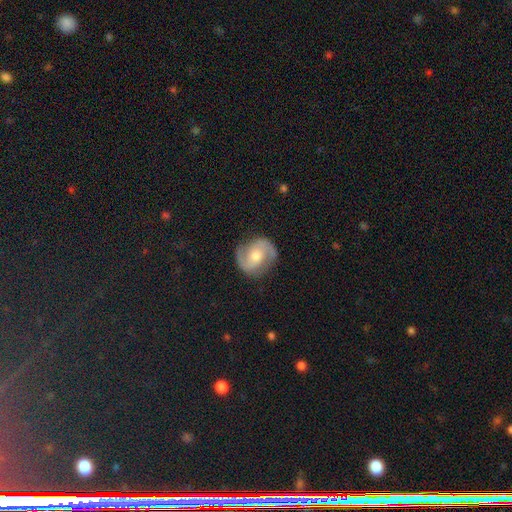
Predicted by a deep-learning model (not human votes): Smooth or featured?
  - featured or disk: 85% *
  - smooth: 10%
  - star or artifact: 5%
Edge-on disk?
  - no: 98% *
  - yes: 2%
Bar?
  - no: 50% *
  - weak: 38%
  - strong: 12%
Spiral arms?
  - yes: 96% *
  - no: 4%
Spiral winding?
  - medium: 55% *
  - tight: 27%
  - loose: 19%
Spiral arm count?
  - 2: 93% *
  - can't tell: 3%
  - 1: 1%
  - 3: 1%
  - 4: 1%
  - more than 4: 1%
Bulge size?
  - moderate: 61% *
  - small: 31%
  - large: 6%
  - none: 2%
  - dominant: 1%
Merging?
  - none: 84% *
  - minor disturbance: 12%
  - major disturbance: 4%
  - merger: 1%